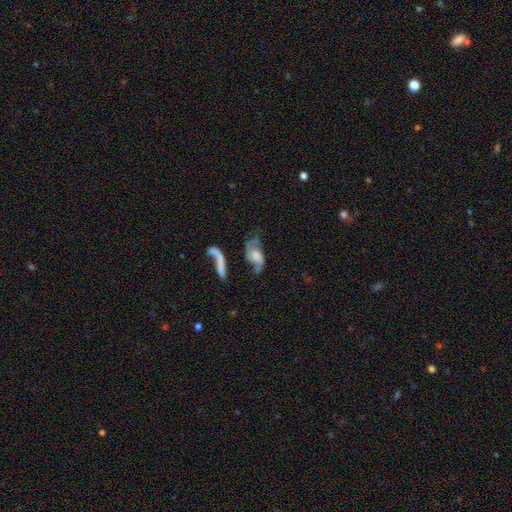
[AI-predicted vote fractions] Smooth or featured? featured or disk (58%)
Edge-on disk? no (90%)
Bar? no (71%)
Spiral arms? yes (69%)
Bulge size? moderate (37%)
Merging? major disturbance (33%)